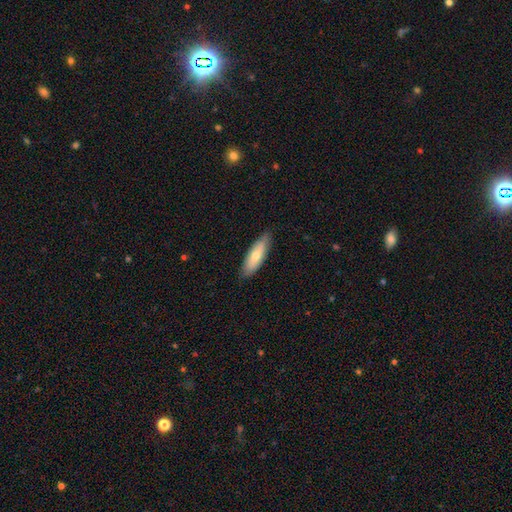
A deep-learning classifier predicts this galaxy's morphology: This is likely a smooth galaxy (69%). How rounded: possibly in between (56%). Merging: clearly none (84%).